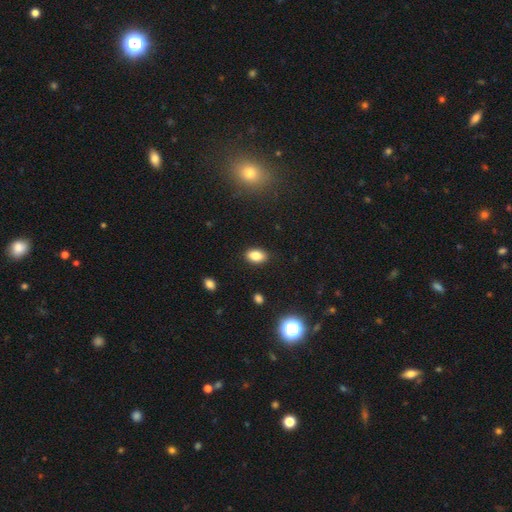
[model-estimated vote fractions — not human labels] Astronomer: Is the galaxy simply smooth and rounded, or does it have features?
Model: smooth — 83%.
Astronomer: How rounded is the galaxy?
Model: in between — 88%.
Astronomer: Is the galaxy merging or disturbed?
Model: none — 87%.